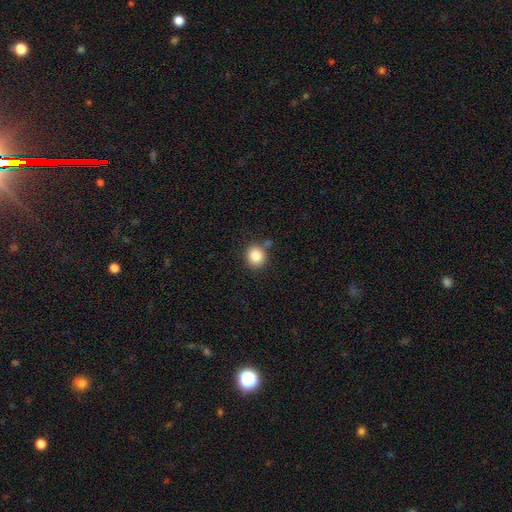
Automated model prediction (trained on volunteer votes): Smooth or featured: smooth — 85% (star or artifact — 10%)
How rounded: round — 84% (in between — 15%)
Merging: none — 79% (minor disturbance — 11%)